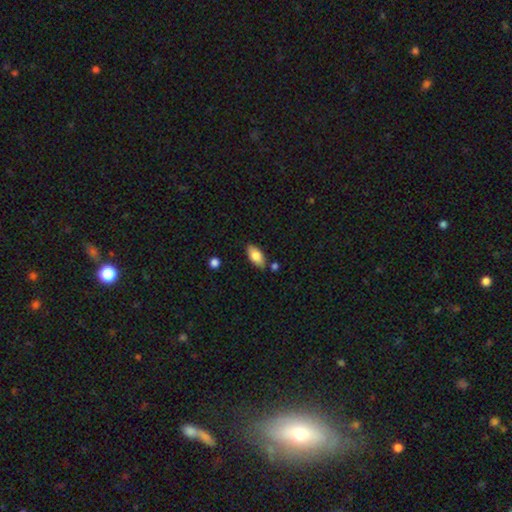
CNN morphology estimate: Overall: smooth (79%). How rounded: in between (90%). Merging: none (80%).